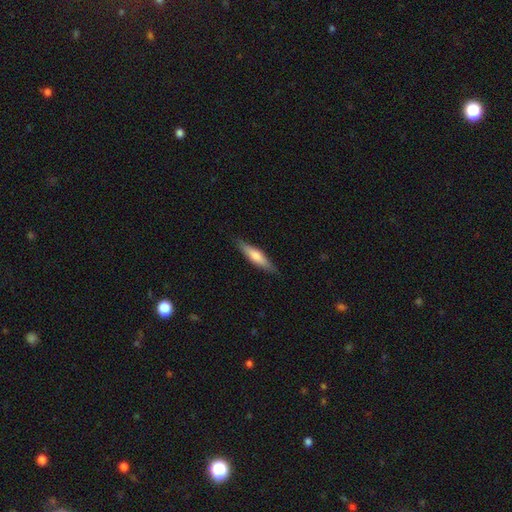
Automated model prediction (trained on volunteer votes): Smooth or featured: smooth — 57% (featured or disk — 38%)
How rounded: cigar-shaped — 80% (in between — 19%)
Merging: none — 87% (minor disturbance — 10%)